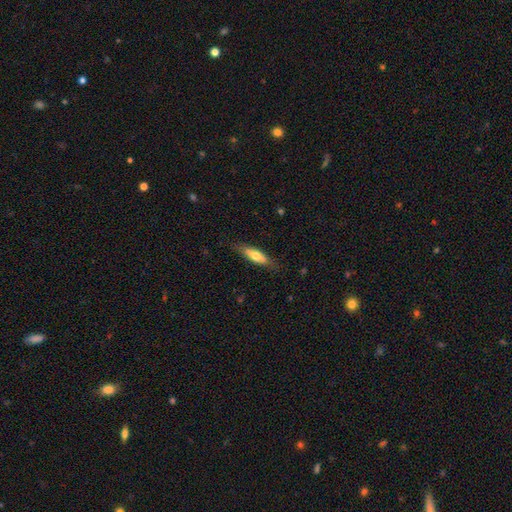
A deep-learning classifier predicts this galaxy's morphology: This appears to be a smooth galaxy with no disk features (61%) that is cigar-shaped (50%). Merging: none (80%).